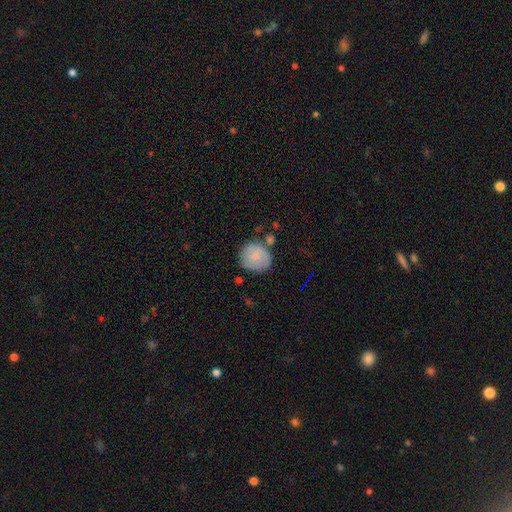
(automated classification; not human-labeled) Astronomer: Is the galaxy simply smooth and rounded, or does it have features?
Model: smooth — 80%.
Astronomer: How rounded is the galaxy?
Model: round — 88%.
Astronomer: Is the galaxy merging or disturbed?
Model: none — 65%.